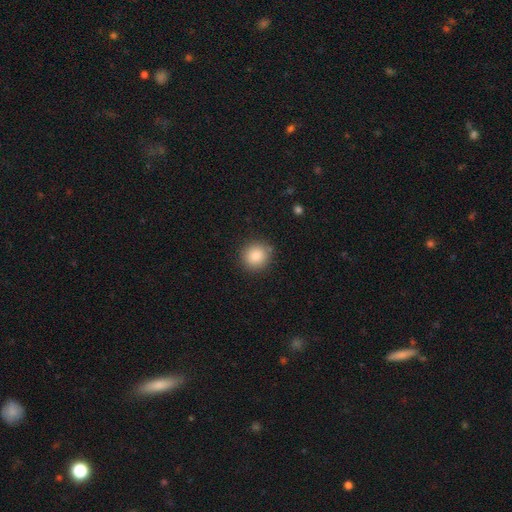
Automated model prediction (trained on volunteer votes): Smooth or featured: smooth — 86% (star or artifact — 9%)
How rounded: round — 90% (in between — 10%)
Merging: none — 87% (minor disturbance — 9%)